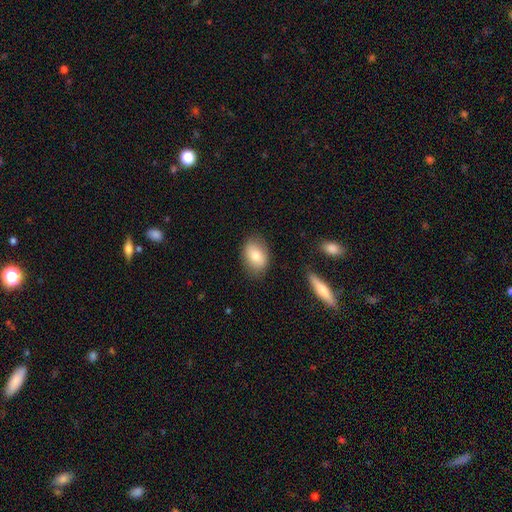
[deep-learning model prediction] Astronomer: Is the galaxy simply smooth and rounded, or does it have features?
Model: smooth — 77%.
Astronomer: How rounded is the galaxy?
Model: in between — 79%.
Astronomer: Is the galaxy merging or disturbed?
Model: none — 80%.